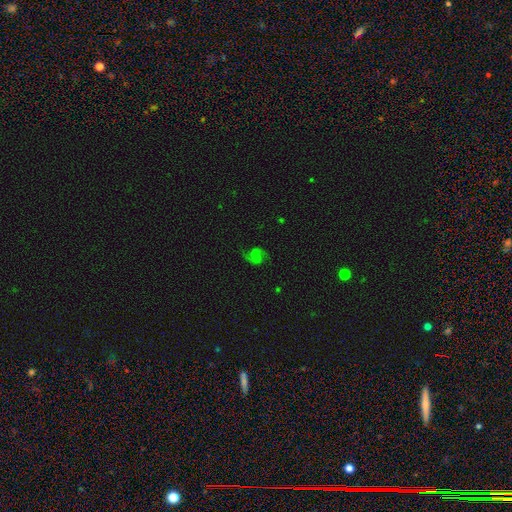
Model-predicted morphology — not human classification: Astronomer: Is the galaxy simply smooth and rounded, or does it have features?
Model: featured or disk — 64%.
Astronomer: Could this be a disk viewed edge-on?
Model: no — 98%.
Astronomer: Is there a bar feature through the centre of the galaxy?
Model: no — 52% (runner-up: weak, 36%).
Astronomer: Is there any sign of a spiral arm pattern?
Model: yes — 93%.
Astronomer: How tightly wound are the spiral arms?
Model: loose — 46% (runner-up: medium, 44%).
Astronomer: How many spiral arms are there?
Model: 2 — 90%.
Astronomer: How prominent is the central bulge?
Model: none — 55%.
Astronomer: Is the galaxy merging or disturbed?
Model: none — 71%.